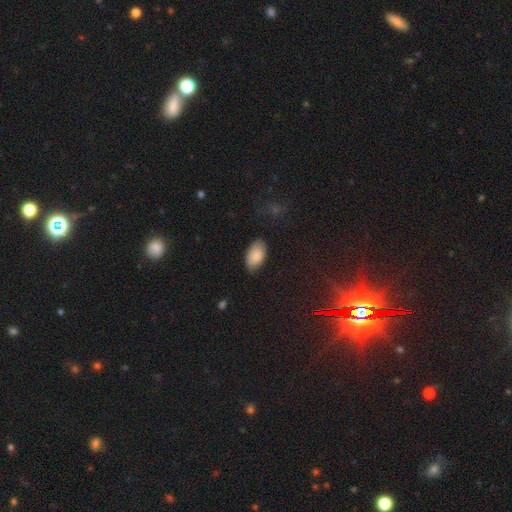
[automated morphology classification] This appears to be a smooth galaxy with no disk features (87%) that is in between round and cigar-shaped (95%). Merging: none (79%).